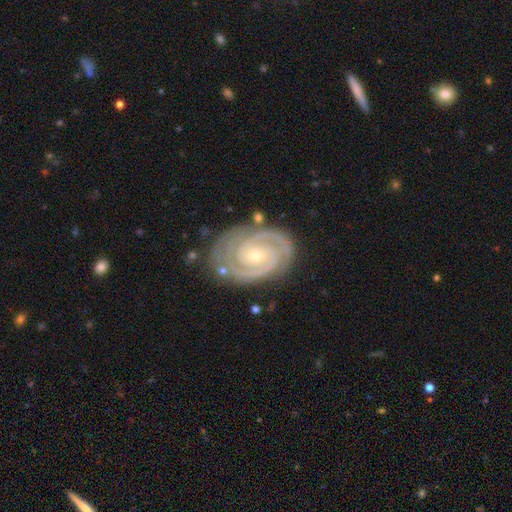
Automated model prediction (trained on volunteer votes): Smooth or featured?
  - featured or disk: 92% *
  - star or artifact: 4%
  - smooth: 3%
Edge-on disk?
  - no: 97% *
  - yes: 3%
Bar?
  - no: 67% *
  - weak: 23%
  - strong: 10%
Spiral arms?
  - yes: 99% *
  - no: 1%
Spiral winding?
  - tight: 78% *
  - medium: 19%
  - loose: 2%
Spiral arm count?
  - 2: 74% *
  - 3: 14%
  - can't tell: 5%
  - 4: 3%
  - 1: 2%
  - more than 4: 2%
Bulge size?
  - small: 74% *
  - moderate: 23%
  - large: 1%
  - none: 1%
  - dominant: 1%
Merging?
  - none: 79% *
  - minor disturbance: 15%
  - major disturbance: 4%
  - merger: 2%